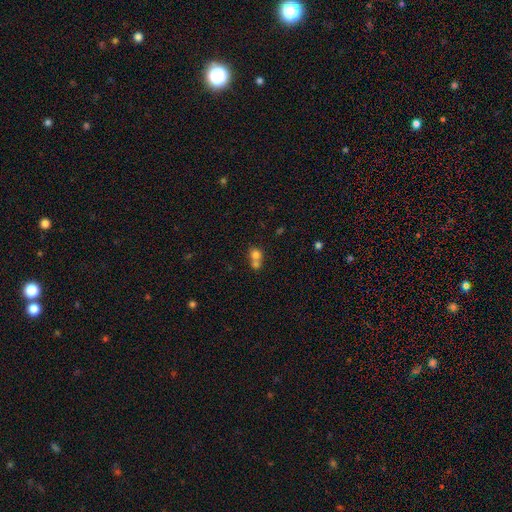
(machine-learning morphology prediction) smooth 75%, featured or disk 13%, star or artifact 12%. Down the decision tree: how rounded — round (74%); merging — merger (61%).